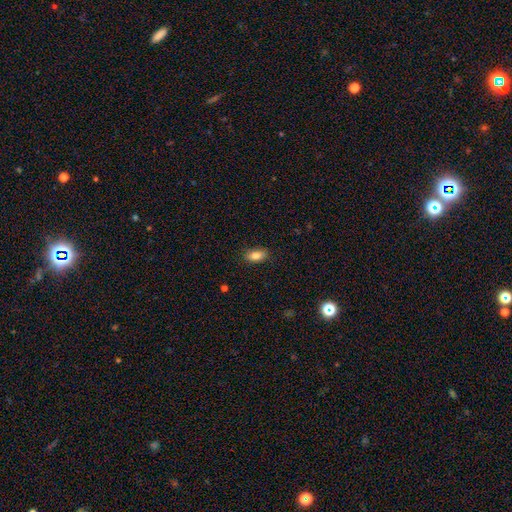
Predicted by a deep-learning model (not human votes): This appears to be a smooth galaxy with no disk features (83%) that is in between round and cigar-shaped (88%). Merging: none (87%).